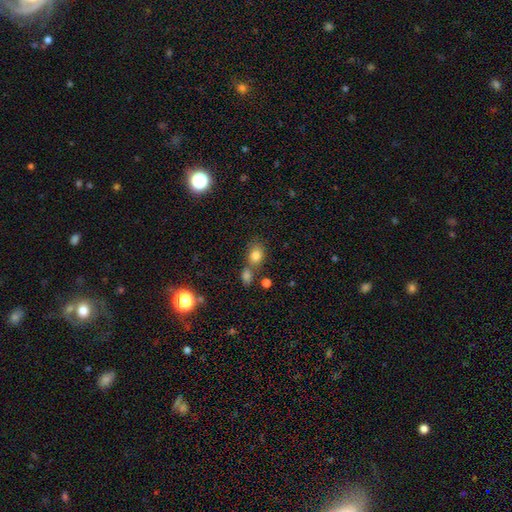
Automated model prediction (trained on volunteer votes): Smooth or featured? smooth (80%)
How rounded? in between (55%)
Merging? none (50%)